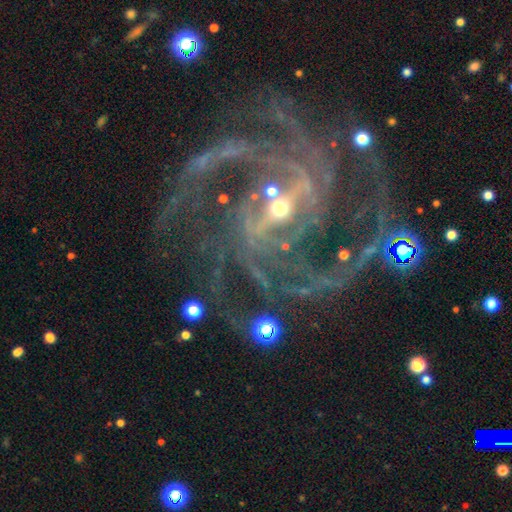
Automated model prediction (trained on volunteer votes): Smooth or featured? Predicted: featured or disk (p=0.92). Edge-on disk? Predicted: no (p=0.98). Bar? Predicted: strong (p=0.54). Spiral arms? Predicted: yes (p=0.99). Spiral winding? Predicted: medium (p=0.54). Spiral arm count? Predicted: 2 (p=0.29). Bulge size? Predicted: small (p=0.69). Merging? Predicted: none (p=0.68).